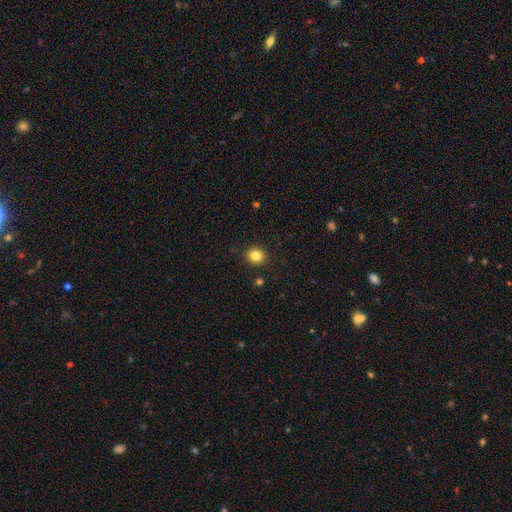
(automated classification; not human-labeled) A smooth galaxy with no disk features (83%) that is round (85%). Merging: none (91%).